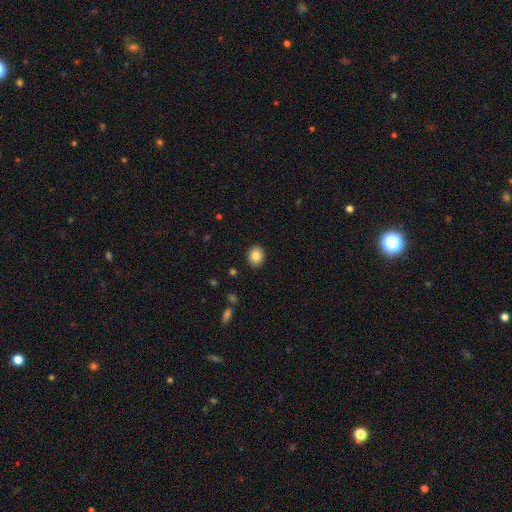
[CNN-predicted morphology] Smooth or featured? Predicted: smooth (p=0.85). How rounded? Predicted: round (p=0.60). Merging? Predicted: none (p=0.90).